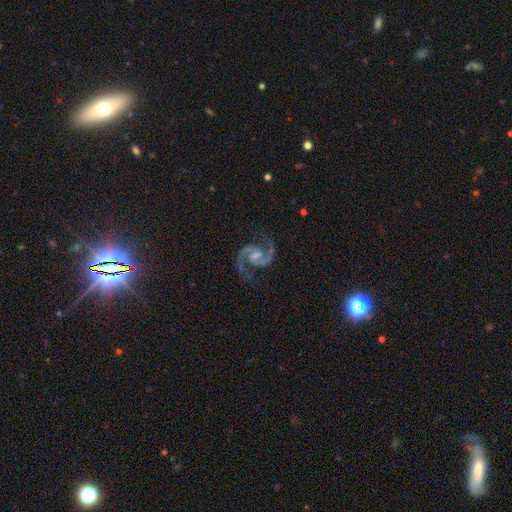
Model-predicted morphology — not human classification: smooth-or-featured: featured or disk: 94% | star or artifact: 4% | smooth: 2%
  disk-edge-on: no: 98% | yes: 2%
    bar: weak: 54% | no: 29% | strong: 17%
    has-spiral-arms: yes: 99% | no: 1%
      spiral-winding: medium: 69% | loose: 19% | tight: 12%
      spiral-arm-count: 2: 95% | can't tell: 1% | 3: 1% | 1: 1% | 4: 1% | more than 4: 1%
    bulge-size: none: 36% | moderate: 29% | small: 28% | large: 5% | dominant: 1%
  merging: none: 80% | minor disturbance: 13% | major disturbance: 5% | merger: 2%